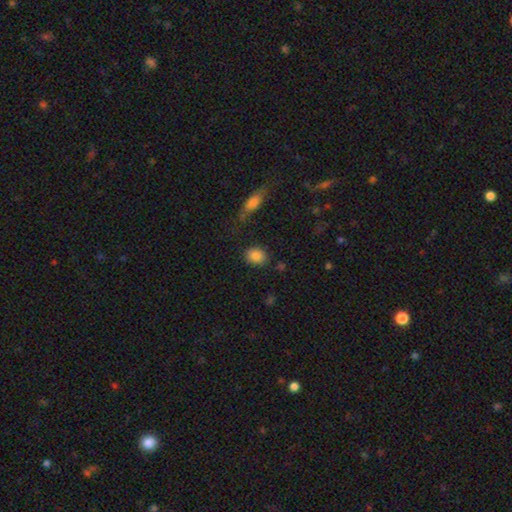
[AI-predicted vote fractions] The model was most divided on "how rounded": round: 59%, in between: 39%, cigar-shaped: 1%. More confident: smooth or featured — smooth (85%); merging — none (82%).